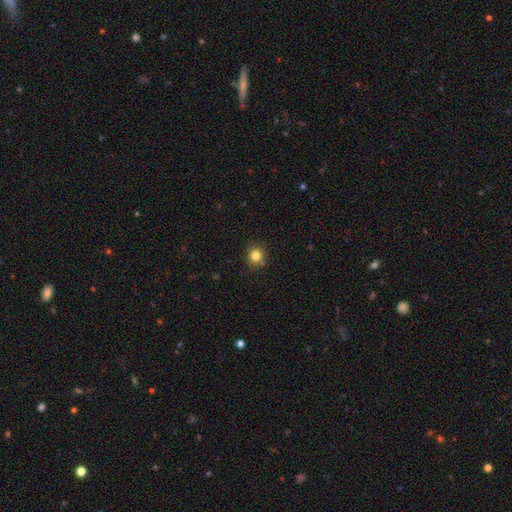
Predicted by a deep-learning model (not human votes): A smooth galaxy with no disk features (82%) that is round (87%).

Vote fractions:
- Smooth or featured? smooth: 82% / star or artifact: 12% / featured or disk: 6%
- How rounded? round: 87% / in between: 12% / cigar-shaped: 1%
- Merging? none: 84% / minor disturbance: 10% / merger: 4% / major disturbance: 2%